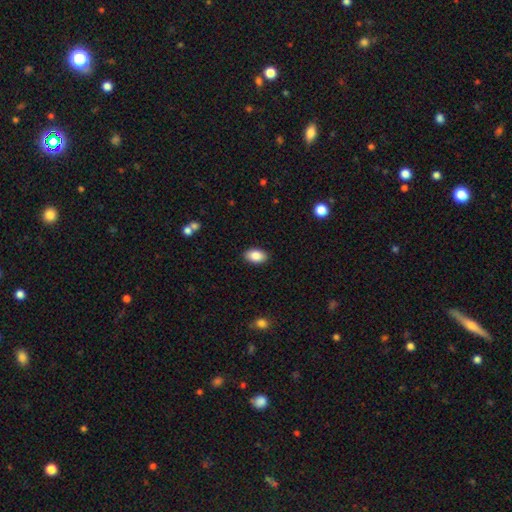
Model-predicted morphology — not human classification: This appears to be a smooth galaxy with no disk features (87%) that is in between round and cigar-shaped (91%). Merging: none (89%).